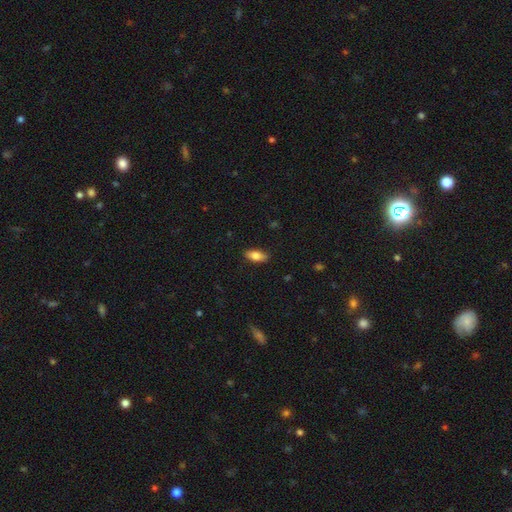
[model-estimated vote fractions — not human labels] Smooth or featured?
  - smooth: 78% *
  - featured or disk: 16%
  - star or artifact: 7%
How rounded?
  - in between: 82% *
  - cigar-shaped: 16%
  - round: 3%
Merging?
  - none: 88% *
  - minor disturbance: 9%
  - major disturbance: 2%
  - merger: 1%